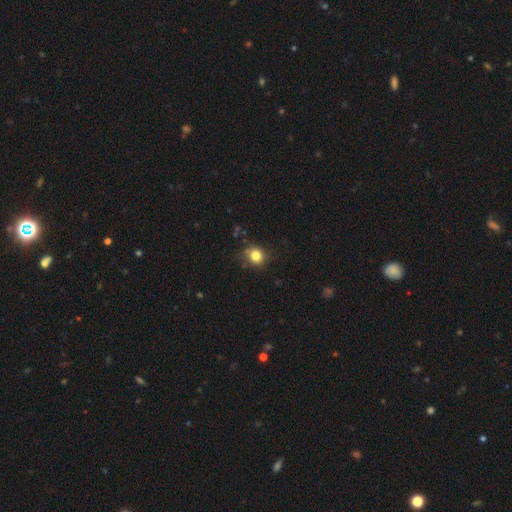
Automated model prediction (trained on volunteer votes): A smooth galaxy with no disk features (82%) that is round (74%).

Vote fractions:
- Smooth or featured? smooth: 82% / star or artifact: 12% / featured or disk: 7%
- How rounded? round: 74% / in between: 25% / cigar-shaped: 1%
- Merging? none: 78% / minor disturbance: 16% / major disturbance: 4% / merger: 2%